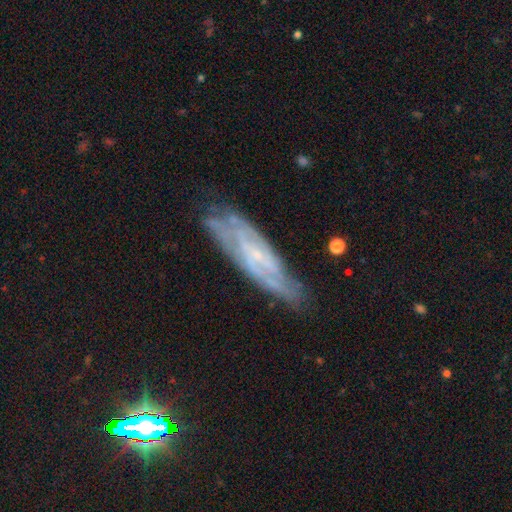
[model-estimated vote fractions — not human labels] Smooth or featured?
  - featured or disk: 77% *
  - smooth: 15%
  - star or artifact: 8%
Edge-on disk?
  - no: 74% *
  - yes: 26%
Bar?
  - no: 47% *
  - weak: 39%
  - strong: 14%
Spiral arms?
  - yes: 86% *
  - no: 14%
Bulge size?
  - small: 71% *
  - none: 16%
  - moderate: 12%
  - large: 1%
  - dominant: 1%
Merging?
  - none: 71% *
  - minor disturbance: 20%
  - major disturbance: 7%
  - merger: 2%